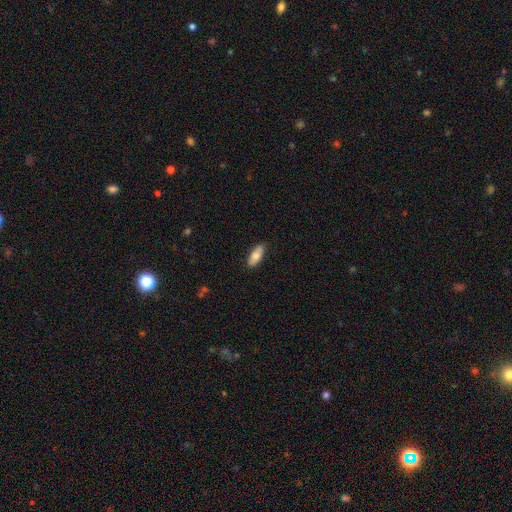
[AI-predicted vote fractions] smooth_or_featured: smooth (p=0.73) [alt: featured or disk p=0.21]
how_rounded: in between (p=0.79) [alt: cigar-shaped p=0.18]
merging: none (p=0.86) [alt: minor disturbance p=0.11]